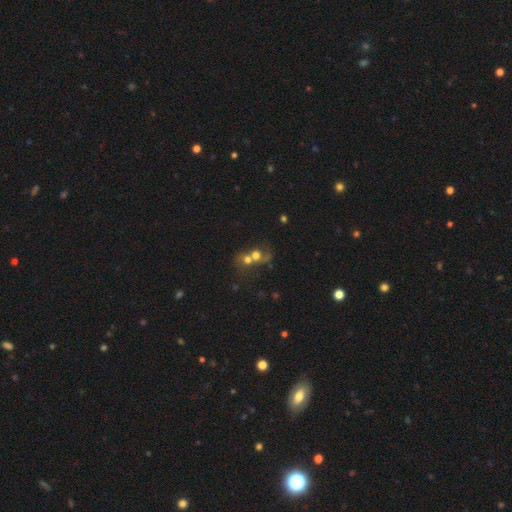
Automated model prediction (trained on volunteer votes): A smooth galaxy with no disk features (51%) that is round (70%). Merging: merger (71%).